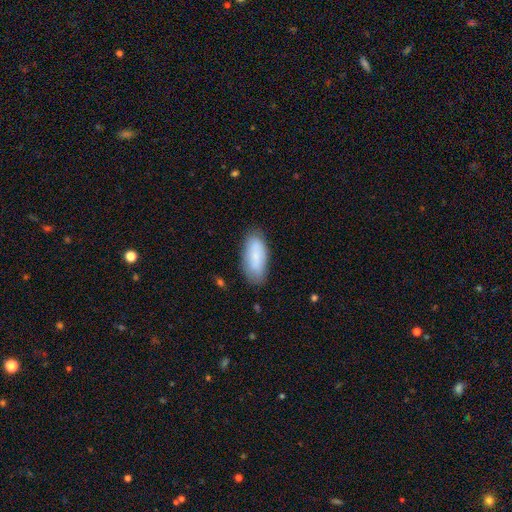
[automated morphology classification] smooth_or_featured: smooth (p=0.78) [alt: featured or disk p=0.15]
how_rounded: in between (p=0.87) [alt: cigar-shaped p=0.11]
merging: none (p=0.78) [alt: minor disturbance p=0.16]